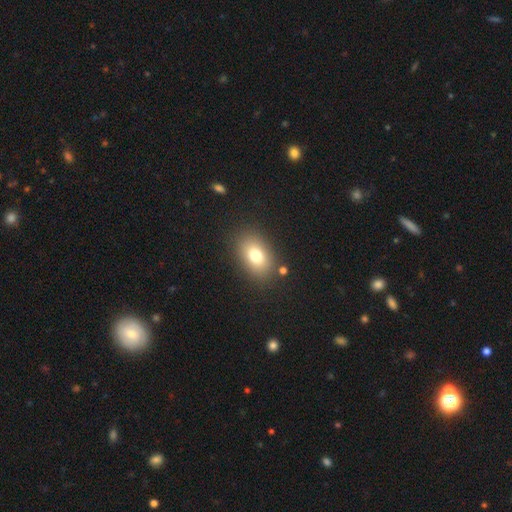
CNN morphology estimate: smooth 76%, featured or disk 12%, star or artifact 11%. Down the decision tree: how rounded — in between (81%); merging — none (84%).